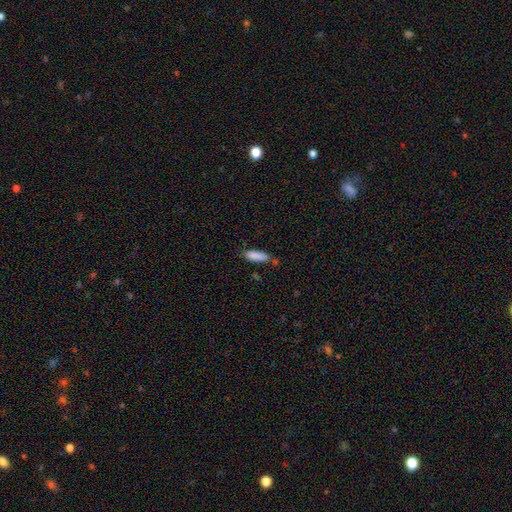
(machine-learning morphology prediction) smooth-or-featured: smooth: 87% | star or artifact: 7% | featured or disk: 6%
  how-rounded: in between: 52% | cigar-shaped: 47% | round: 2%
  merging: none: 66% | minor disturbance: 22% | merger: 7% | major disturbance: 4%